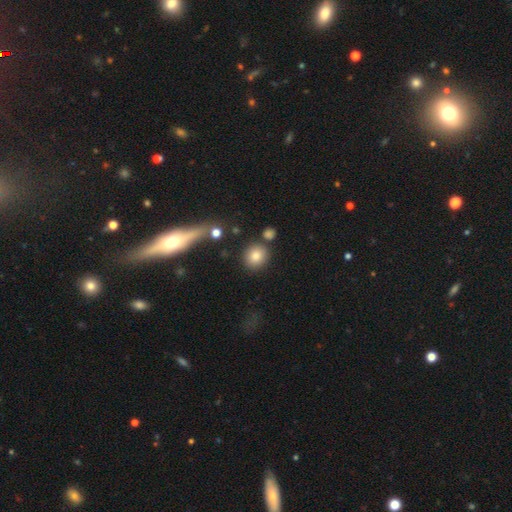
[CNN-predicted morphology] Q: Smooth or featured?
A: smooth (82%); runner-up: star or artifact (10%)
Q: How rounded?
A: round (82%); runner-up: in between (16%)
Q: Merging?
A: none (79%); runner-up: minor disturbance (9%)